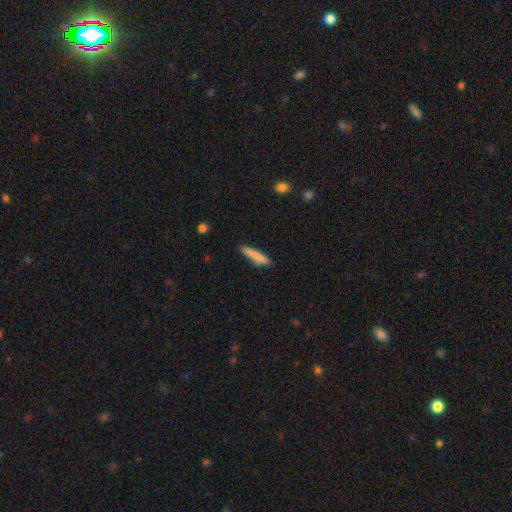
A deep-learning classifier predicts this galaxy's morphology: This appears to be a smooth galaxy with no disk features (82%) that is cigar-shaped (89%). Merging: none (82%).